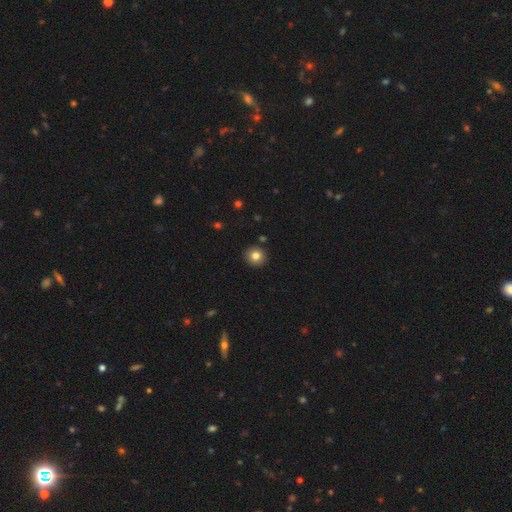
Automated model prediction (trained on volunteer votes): Smooth or featured?
  - smooth: 82% *
  - star or artifact: 10%
  - featured or disk: 8%
How rounded?
  - round: 91% *
  - in between: 8%
  - cigar-shaped: 1%
Merging?
  - none: 91% *
  - minor disturbance: 6%
  - merger: 2%
  - major disturbance: 2%